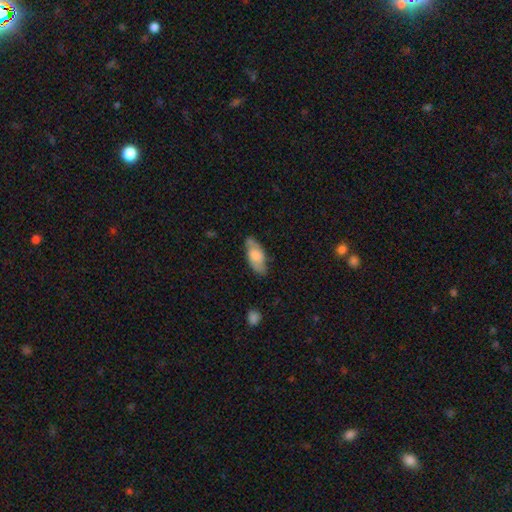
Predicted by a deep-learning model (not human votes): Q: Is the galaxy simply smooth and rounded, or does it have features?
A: smooth — 61%.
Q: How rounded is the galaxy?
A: in between — 84%.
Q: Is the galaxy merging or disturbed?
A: none — 74%.